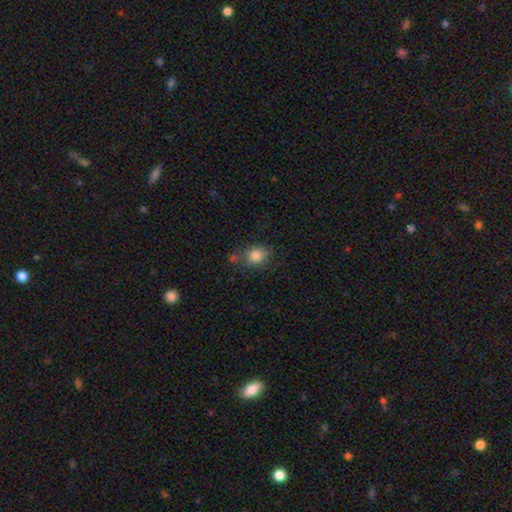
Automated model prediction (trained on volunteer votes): smooth-or-featured: smooth: 84% | star or artifact: 10% | featured or disk: 7%
  how-rounded: round: 53% | in between: 46% | cigar-shaped: 1%
  merging: none: 64% | minor disturbance: 20% | merger: 10% | major disturbance: 6%